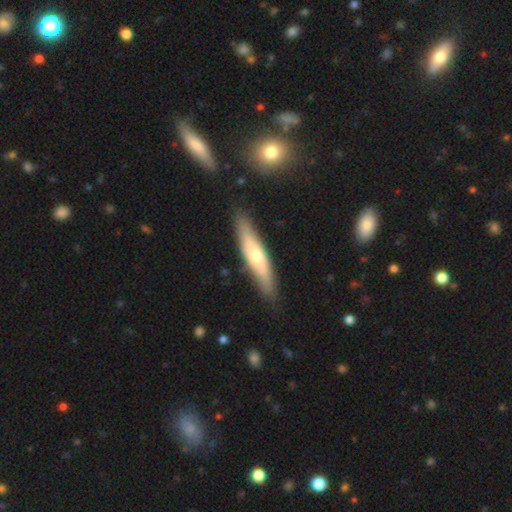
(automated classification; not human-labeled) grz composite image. It shows a smooth galaxy with no disk features (48%). Merging: none (86%).